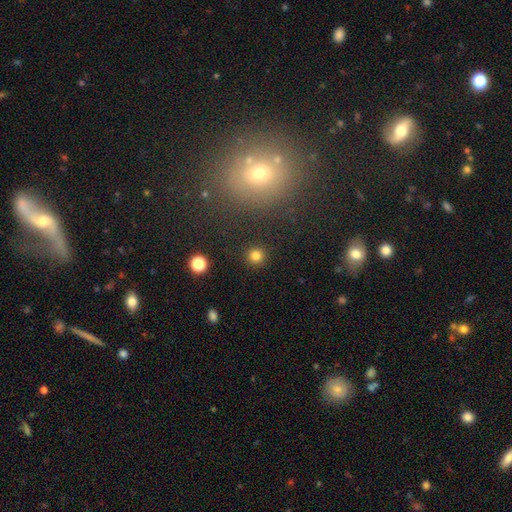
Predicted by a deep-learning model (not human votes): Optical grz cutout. It shows a smooth galaxy with no disk features (81%) that is round (95%). Merging: none (91%).